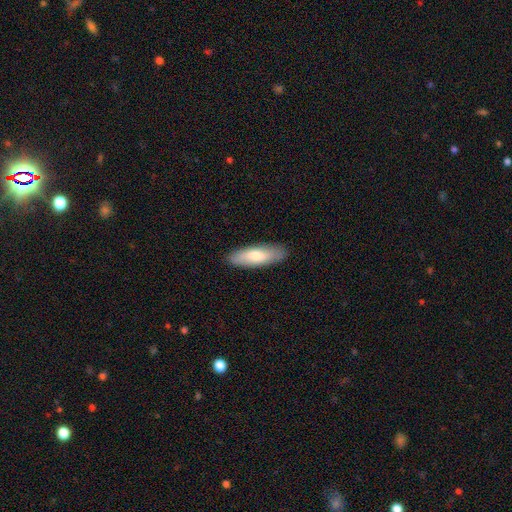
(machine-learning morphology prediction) The model was most divided on "how rounded": in between: 52%, cigar-shaped: 46%, round: 2%. More confident: merging — none (88%); smooth or featured — smooth (75%).